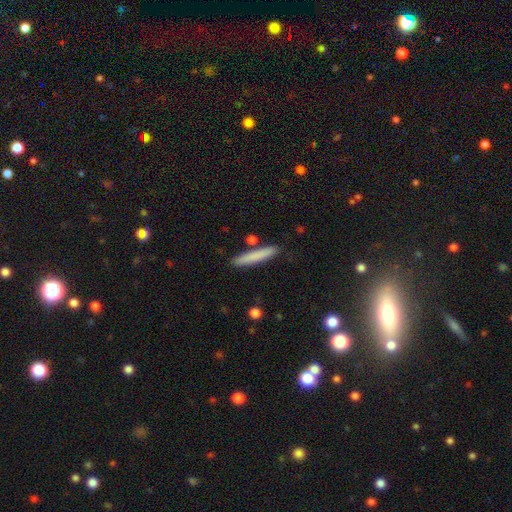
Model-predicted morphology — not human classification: type=smooth (78%); roundness=cigar-shaped (94%); merging=none (86%).